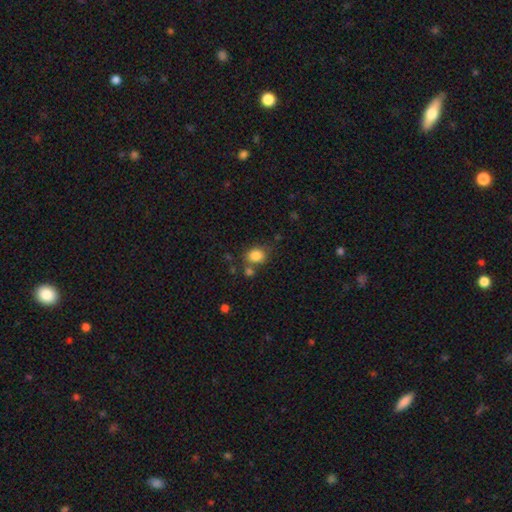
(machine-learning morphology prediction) smooth_or_featured: smooth (p=0.84) [alt: star or artifact p=0.10]
how_rounded: round (p=0.58) [alt: in between p=0.41]
merging: none (p=0.66) [alt: merger p=0.15]